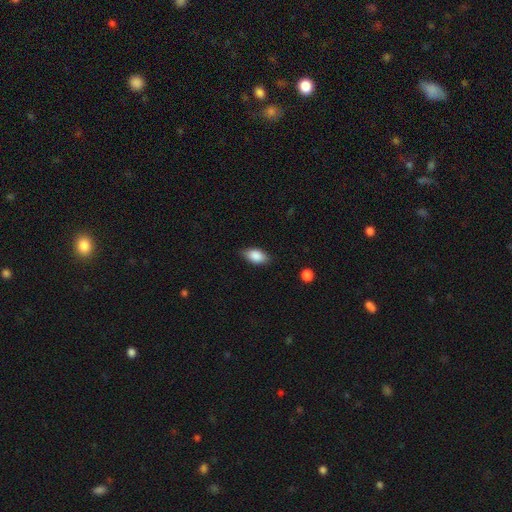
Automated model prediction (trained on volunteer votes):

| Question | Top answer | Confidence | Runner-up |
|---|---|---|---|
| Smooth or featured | smooth | 86% | star or artifact (7%) |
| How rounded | in between | 91% | round (5%) |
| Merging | none | 81% | minor disturbance (15%) |